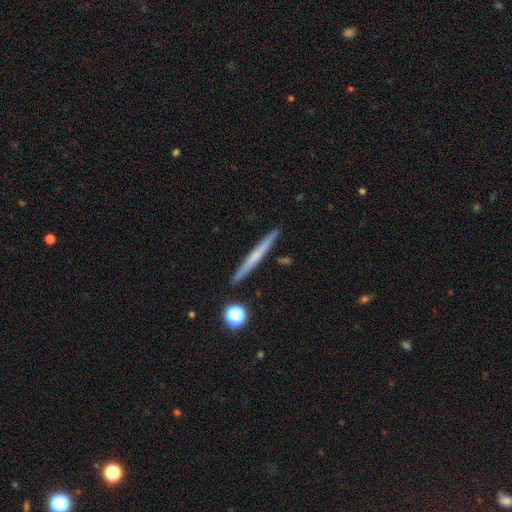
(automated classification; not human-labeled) smooth-or-featured: featured or disk: 49% | smooth: 44% | star or artifact: 7%
  merging: none: 91% | minor disturbance: 6% | merger: 2% | major disturbance: 1%